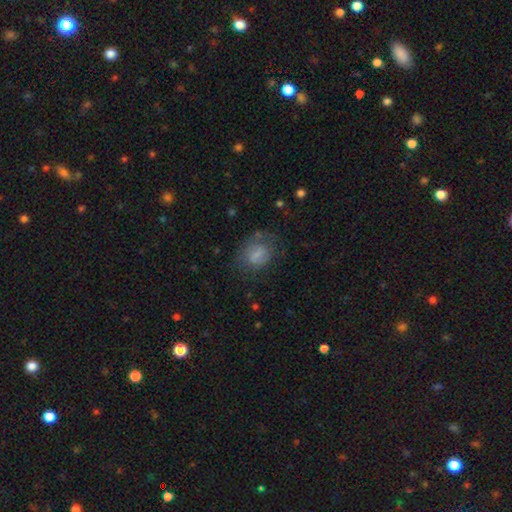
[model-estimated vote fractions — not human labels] This is likely a smooth galaxy (63%). How rounded: possibly in between (57%). Merging: possibly none (60%).